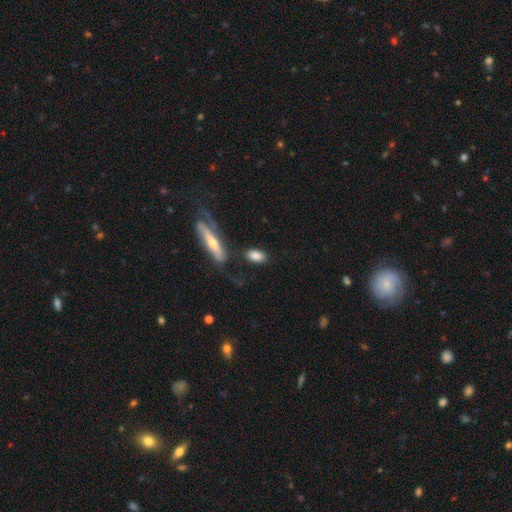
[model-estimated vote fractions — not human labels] Smooth or featured?
  - smooth: 80% *
  - featured or disk: 14%
  - star or artifact: 6%
How rounded?
  - in between: 84% *
  - cigar-shaped: 11%
  - round: 5%
Merging?
  - none: 68% *
  - minor disturbance: 14%
  - merger: 11%
  - major disturbance: 7%